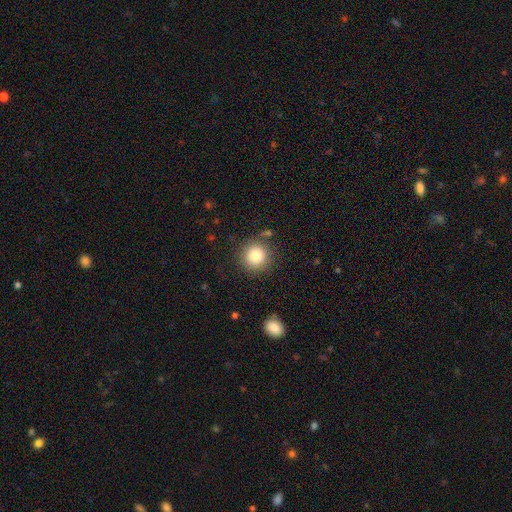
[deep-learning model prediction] Overall: smooth (82%). How rounded: round (94%). Merging: none (84%).